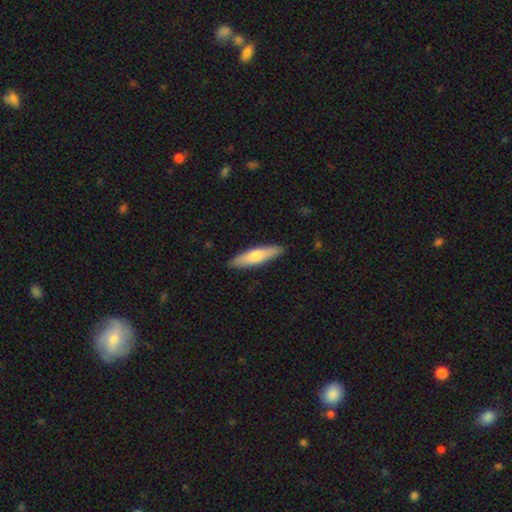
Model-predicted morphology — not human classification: Q: Smooth or featured?
A: smooth (67%); runner-up: featured or disk (28%)
Q: How rounded?
A: cigar-shaped (77%); runner-up: in between (22%)
Q: Merging?
A: none (90%); runner-up: minor disturbance (8%)